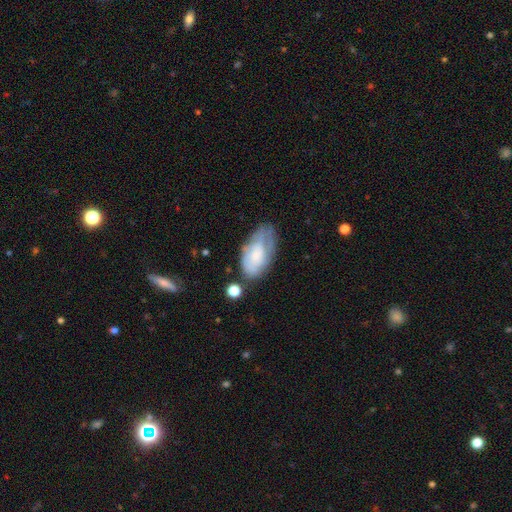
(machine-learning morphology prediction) smooth 47%, featured or disk 46%, star or artifact 8%. Down the decision tree: merging — none (47%).